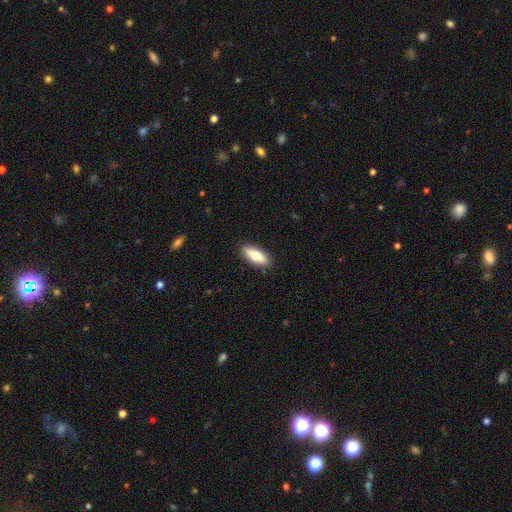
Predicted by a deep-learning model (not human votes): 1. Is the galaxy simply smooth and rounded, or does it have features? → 81% smooth, 13% featured or disk, 6% star or artifact.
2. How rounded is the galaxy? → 69% in between, 29% cigar-shaped, 2% round.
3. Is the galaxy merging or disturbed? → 89% none, 9% minor disturbance, 2% major disturbance, 1% merger.